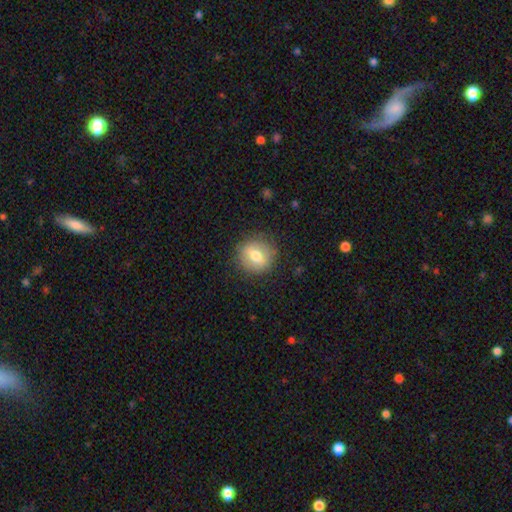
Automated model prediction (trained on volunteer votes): A smooth galaxy with no disk features (66%) that is round (85%).

Vote fractions:
- Smooth or featured? smooth: 66% / featured or disk: 25% / star or artifact: 9%
- How rounded? round: 85% / in between: 14% / cigar-shaped: 1%
- Merging? none: 85% / minor disturbance: 10% / major disturbance: 4% / merger: 1%